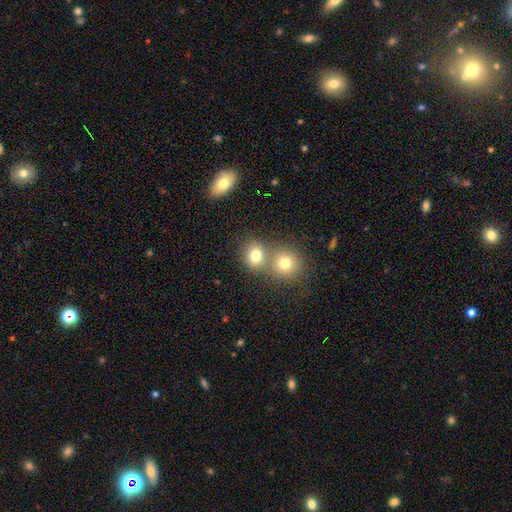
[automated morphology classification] This is likely a smooth galaxy (78%). How rounded: likely round (73%). Merging: possibly none (50%).